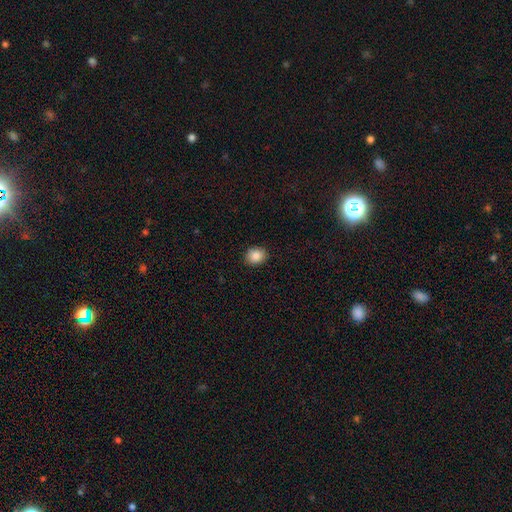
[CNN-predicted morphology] Smooth or featured?
  - smooth: 86% *
  - star or artifact: 9%
  - featured or disk: 5%
How rounded?
  - round: 59% *
  - in between: 40%
  - cigar-shaped: 1%
Merging?
  - none: 89% *
  - minor disturbance: 8%
  - major disturbance: 2%
  - merger: 1%